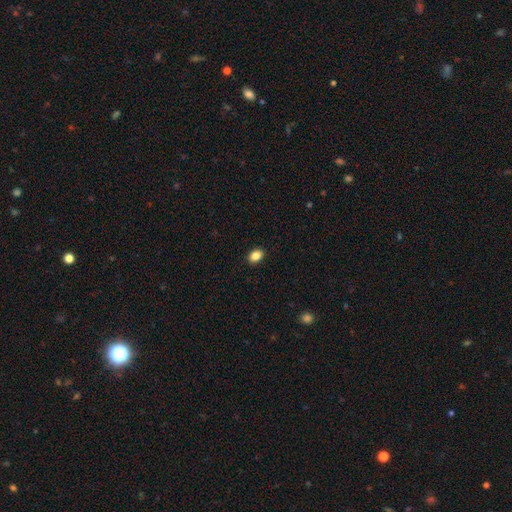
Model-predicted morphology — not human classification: This appears to be a smooth galaxy with no disk features (86%) that is in between round and cigar-shaped (71%). Merging: none (91%).